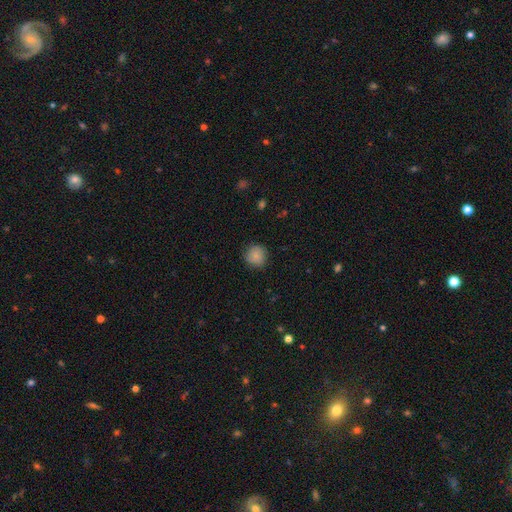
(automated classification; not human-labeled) Smooth or featured? Predicted: smooth (p=0.86). How rounded? Predicted: round (p=0.92). Merging? Predicted: none (p=0.86).